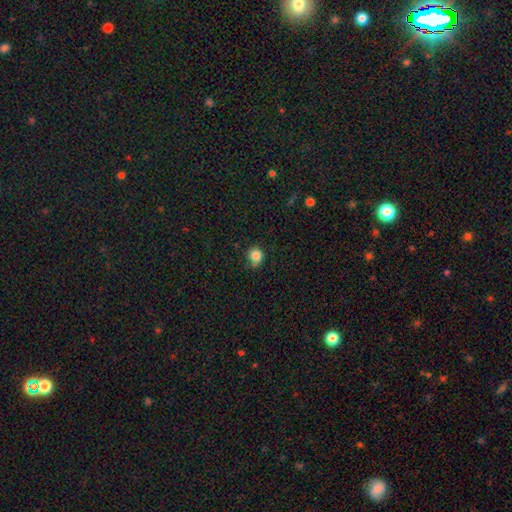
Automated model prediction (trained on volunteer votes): A smooth galaxy with no disk features (84%) that is round (84%). Merging: none (75%).